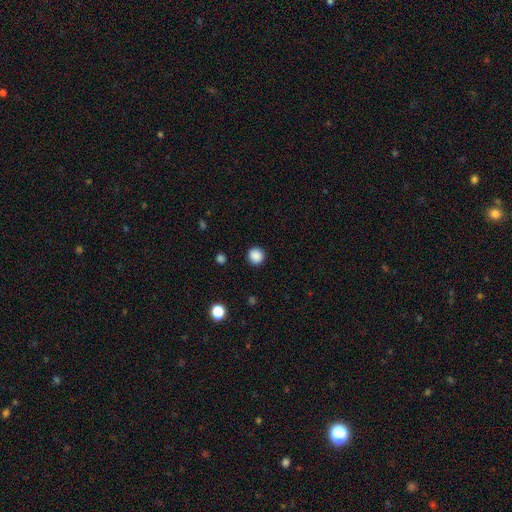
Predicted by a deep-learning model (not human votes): smooth_or_featured: smooth (p=0.88) [alt: star or artifact p=0.10]
how_rounded: round (p=0.94) [alt: in between p=0.05]
merging: none (p=0.92) [alt: minor disturbance p=0.05]